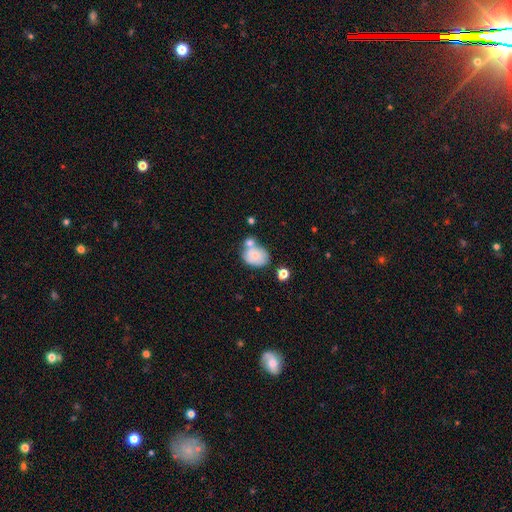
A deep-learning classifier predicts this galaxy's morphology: This appears to be a smooth galaxy with no disk features (66%) that is in between round and cigar-shaped (54%). Merging: none (39%).